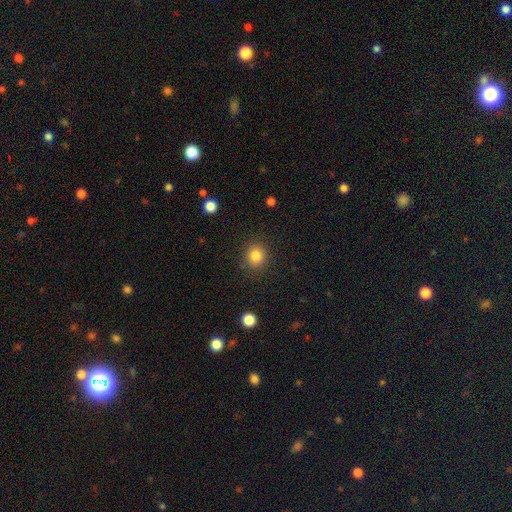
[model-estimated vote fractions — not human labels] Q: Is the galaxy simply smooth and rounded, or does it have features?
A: smooth — 83%.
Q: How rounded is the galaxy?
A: round — 81%.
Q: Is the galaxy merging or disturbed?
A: none — 87%.